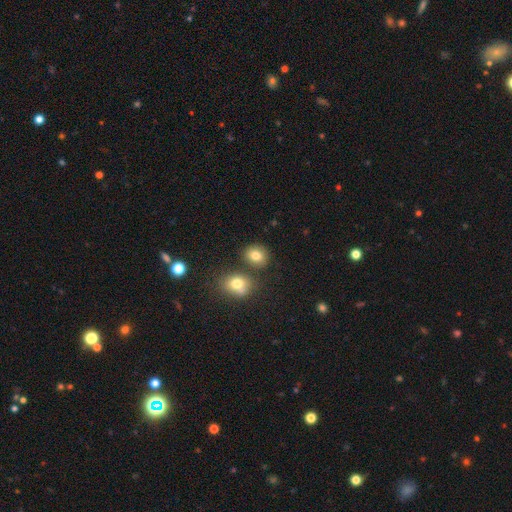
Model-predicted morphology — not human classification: Q: Smooth or featured?
A: smooth (78%); runner-up: star or artifact (13%)
Q: How rounded?
A: round (66%); runner-up: in between (33%)
Q: Merging?
A: none (72%); runner-up: merger (13%)